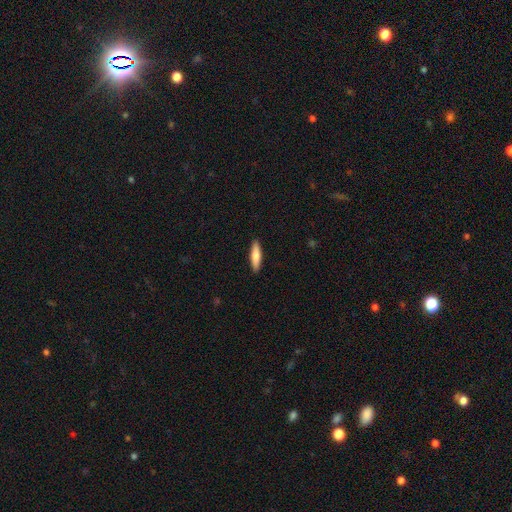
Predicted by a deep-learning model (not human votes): Overall: smooth (74%). How rounded: cigar-shaped (73%). Merging: none (91%).